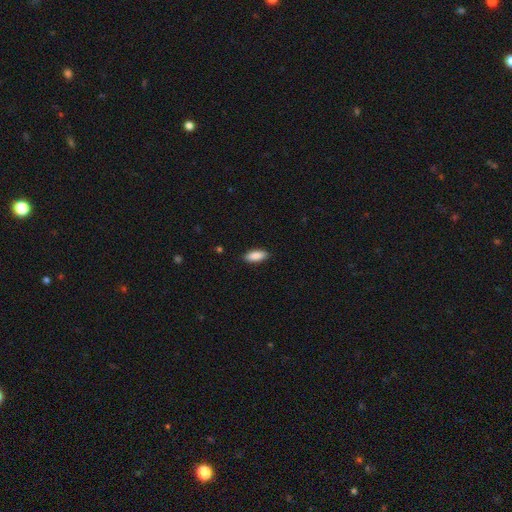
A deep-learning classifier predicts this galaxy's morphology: Smooth or featured? Predicted: smooth (p=0.88). How rounded? Predicted: in between (p=0.81). Merging? Predicted: none (p=0.87).